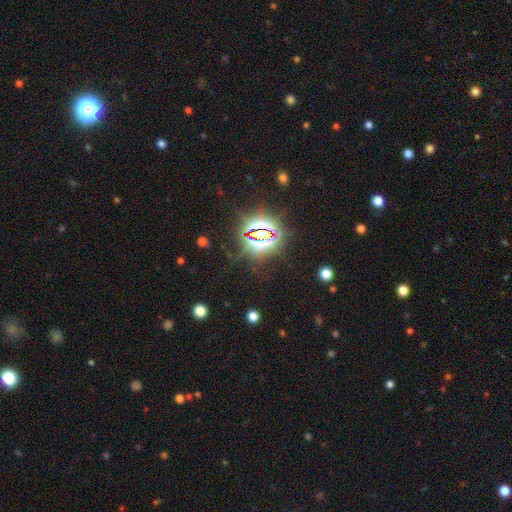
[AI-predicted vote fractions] Morphology: type=star or artifact (83%).